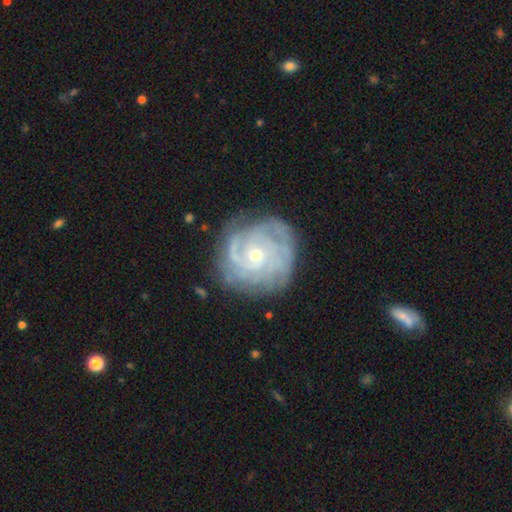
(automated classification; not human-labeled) smooth-or-featured: featured or disk: 86% | smooth: 8% | star or artifact: 6%
  disk-edge-on: no: 98% | yes: 2%
    bar: no: 77% | weak: 19% | strong: 4%
    has-spiral-arms: yes: 96% | no: 4%
      spiral-winding: tight: 75% | medium: 21% | loose: 5%
      spiral-arm-count: can't tell: 33% | 3: 21% | 4: 16% | 2: 15% | more than 4: 9% | 1: 7%
    bulge-size: small: 62% | moderate: 35% | large: 1% | none: 1% | dominant: 1%
  merging: none: 76% | minor disturbance: 17% | major disturbance: 6% | merger: 1%